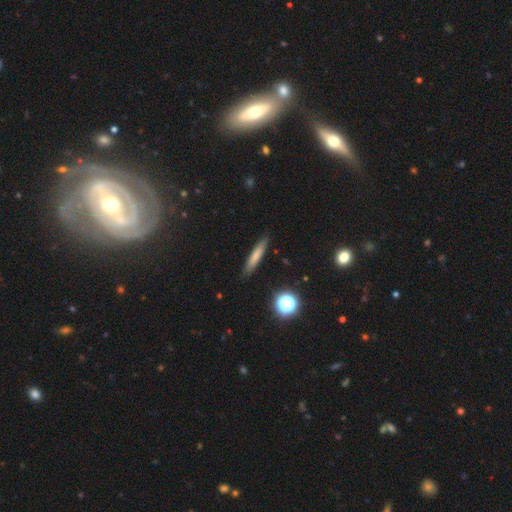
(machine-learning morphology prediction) A smooth galaxy with no disk features (71%) that is cigar-shaped (90%).

Vote fractions:
- Smooth or featured? smooth: 71% / featured or disk: 20% / star or artifact: 10%
- How rounded? cigar-shaped: 90% / in between: 8% / round: 2%
- Merging? none: 88% / minor disturbance: 9% / major disturbance: 2% / merger: 1%